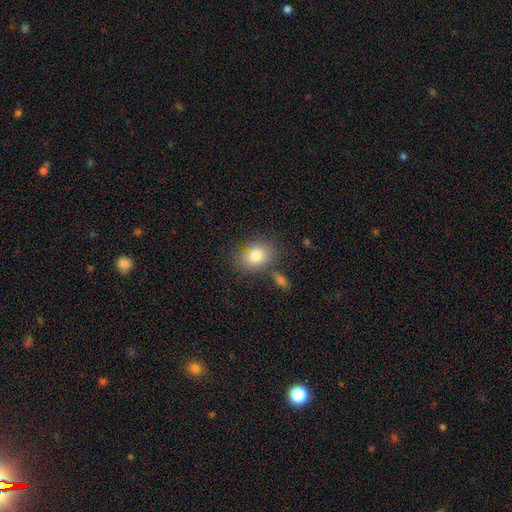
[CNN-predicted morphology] type=smooth (81%); roundness=in between (59%); merging=none (67%).